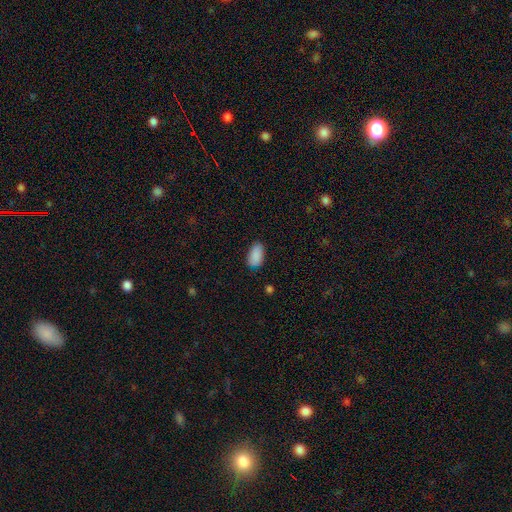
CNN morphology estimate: Smooth or featured?
  - smooth: 89% *
  - star or artifact: 7%
  - featured or disk: 3%
How rounded?
  - in between: 94% *
  - round: 4%
  - cigar-shaped: 2%
Merging?
  - none: 81% *
  - minor disturbance: 15%
  - major disturbance: 3%
  - merger: 1%